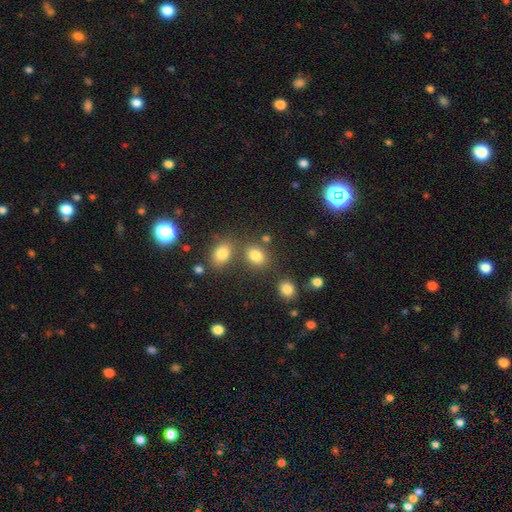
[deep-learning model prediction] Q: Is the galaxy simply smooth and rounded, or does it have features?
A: smooth — 81%.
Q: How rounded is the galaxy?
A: in between — 57%.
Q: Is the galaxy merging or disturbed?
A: none — 66%.